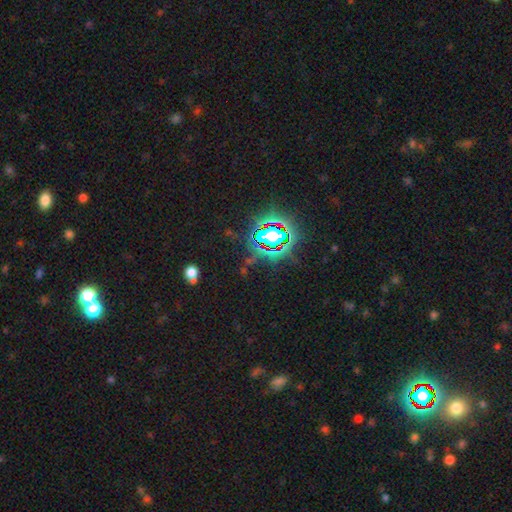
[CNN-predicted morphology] star or artifact 80%, smooth 12%, featured or disk 8%.